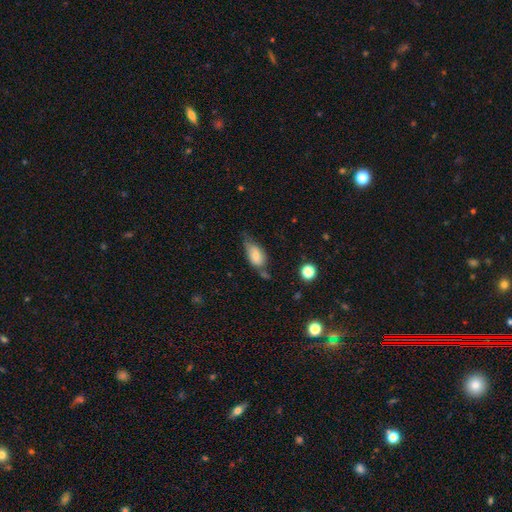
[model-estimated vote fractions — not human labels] Smooth or featured?
  - smooth: 68% *
  - featured or disk: 24%
  - star or artifact: 8%
How rounded?
  - in between: 86% *
  - cigar-shaped: 8%
  - round: 6%
Merging?
  - minor disturbance: 37% * (tied)
  - none: 37% * (tied)
  - major disturbance: 15%
  - merger: 10%